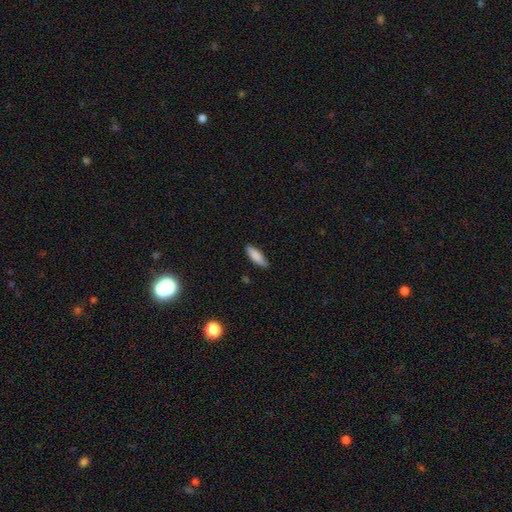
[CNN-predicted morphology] smooth-or-featured: smooth: 86% | featured or disk: 8% | star or artifact: 6%
  how-rounded: in between: 49% (tied) | cigar-shaped: 49% (tied) | round: 2%
  merging: none: 85% | minor disturbance: 12% | major disturbance: 2% | merger: 1%